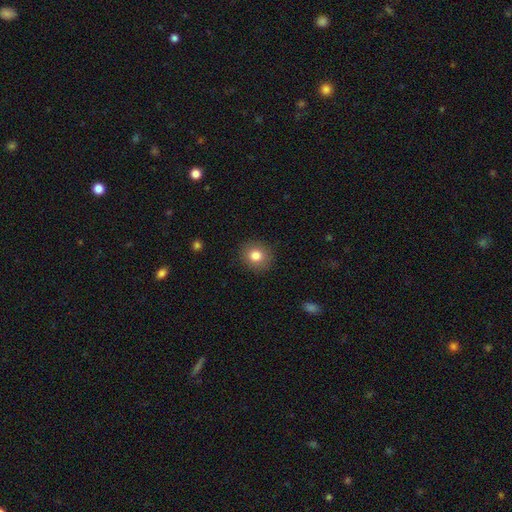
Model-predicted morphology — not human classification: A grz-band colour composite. It shows a smooth galaxy with no disk features (82%) that is round (80%). Merging: none (89%).